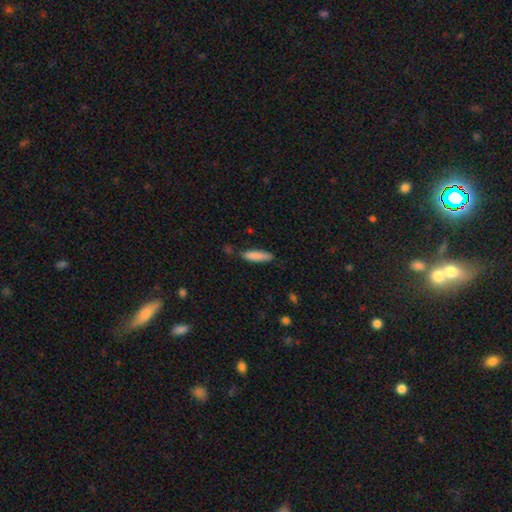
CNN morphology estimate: A smooth galaxy with no disk features (86%) that is cigar-shaped (71%). Merging: none (77%).